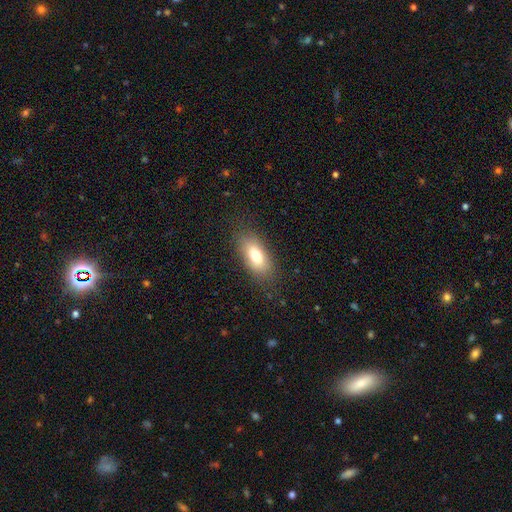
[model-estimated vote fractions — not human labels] Smooth or featured?
  - smooth: 75% *
  - featured or disk: 16%
  - star or artifact: 9%
How rounded?
  - in between: 86% *
  - cigar-shaped: 8%
  - round: 5%
Merging?
  - none: 82% *
  - minor disturbance: 12%
  - major disturbance: 5%
  - merger: 1%